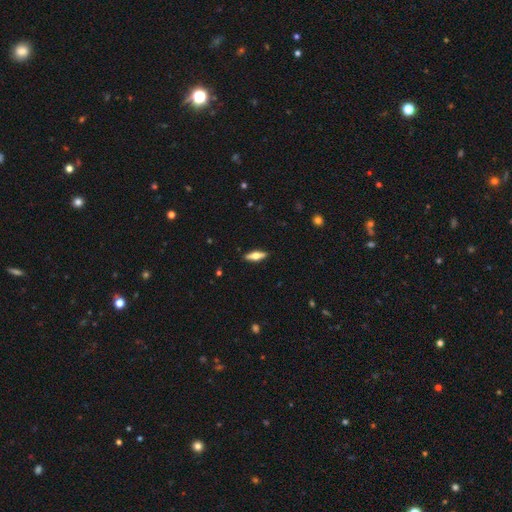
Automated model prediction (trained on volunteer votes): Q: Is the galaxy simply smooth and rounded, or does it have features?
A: featured or disk — 48%.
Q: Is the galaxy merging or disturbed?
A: none — 90%.